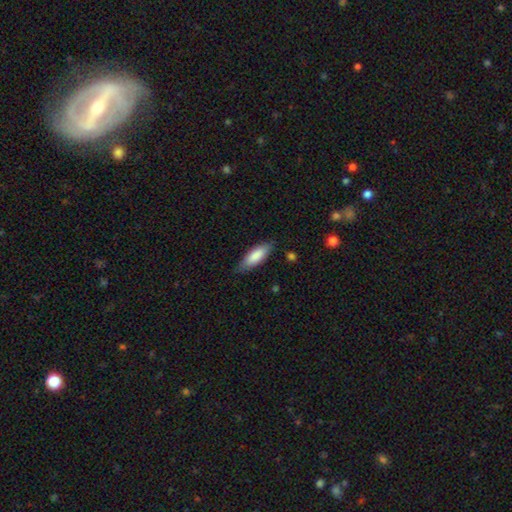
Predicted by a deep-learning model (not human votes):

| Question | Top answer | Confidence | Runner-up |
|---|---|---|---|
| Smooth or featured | smooth | 83% | featured or disk (11%) |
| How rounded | in between | 66% | cigar-shaped (32%) |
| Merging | none | 77% | minor disturbance (18%) |